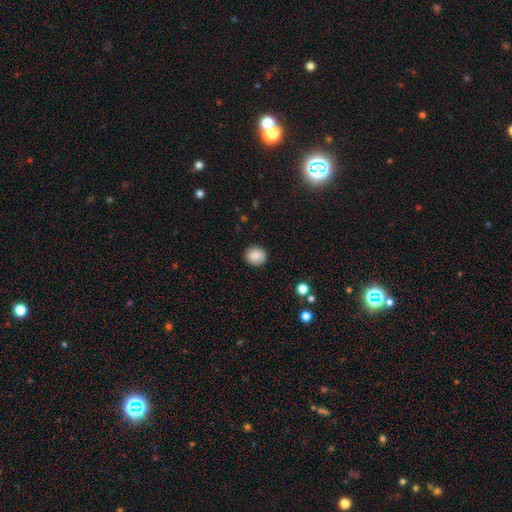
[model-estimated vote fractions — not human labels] A smooth galaxy with no disk features (87%) that is round (83%).

Vote fractions:
- Smooth or featured? smooth: 87% / star or artifact: 8% / featured or disk: 5%
- How rounded? round: 83% / in between: 16% / cigar-shaped: 1%
- Merging? none: 89% / minor disturbance: 8% / major disturbance: 2% / merger: 1%